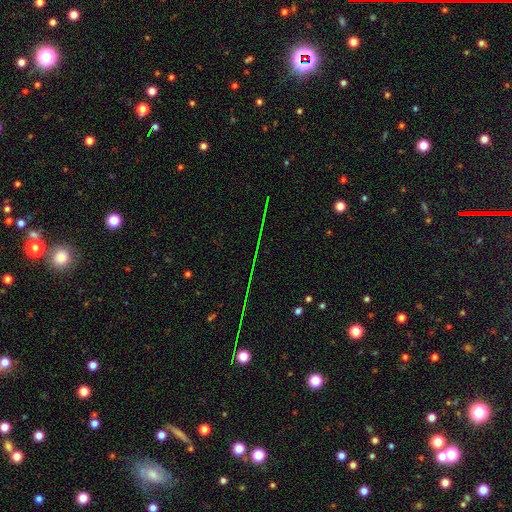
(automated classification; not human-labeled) smooth-or-featured: star or artifact: 76% | smooth: 14% | featured or disk: 10%